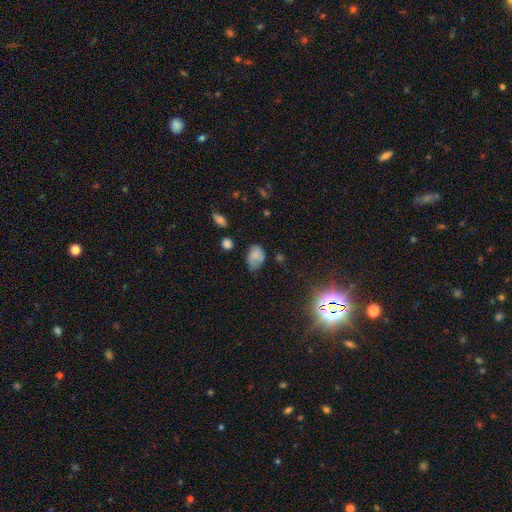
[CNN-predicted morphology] Smooth or featured? Predicted: smooth (p=0.74). How rounded? Predicted: in between (p=0.76). Merging? Predicted: none (p=0.48).